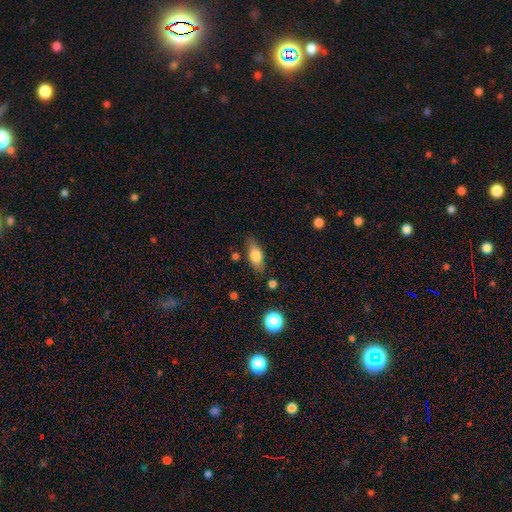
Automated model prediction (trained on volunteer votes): Smooth or featured? Predicted: smooth (p=0.74). How rounded? Predicted: in between (p=0.80). Merging? Predicted: none (p=0.77).